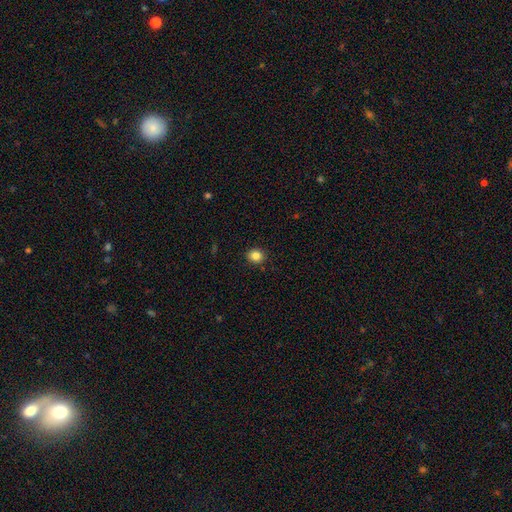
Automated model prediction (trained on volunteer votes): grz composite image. It shows a smooth galaxy with no disk features (84%) that is round (82%). Merging: none (91%).